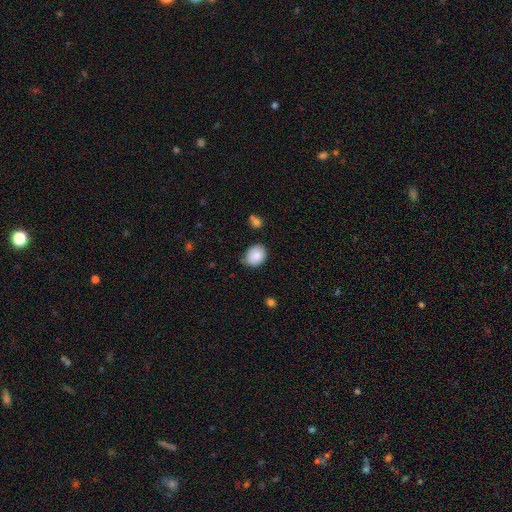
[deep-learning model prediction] Smooth or featured?
  - smooth: 85% *
  - star or artifact: 8%
  - featured or disk: 7%
How rounded?
  - in between: 57% *
  - round: 42%
  - cigar-shaped: 1%
Merging?
  - none: 71% *
  - minor disturbance: 23%
  - major disturbance: 4%
  - merger: 3%